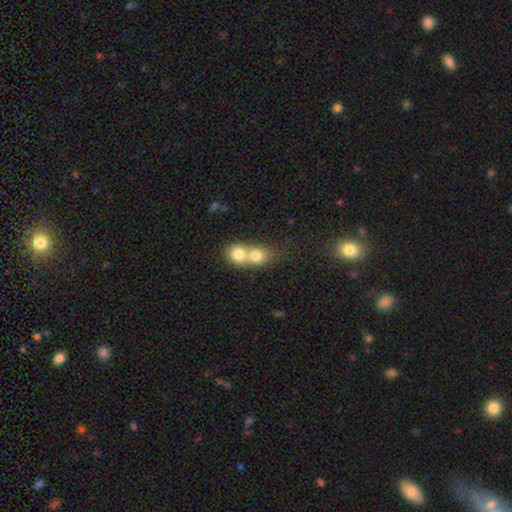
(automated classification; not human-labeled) Smooth or featured? smooth (74%)
How rounded? round (69%)
Merging? merger (75%)